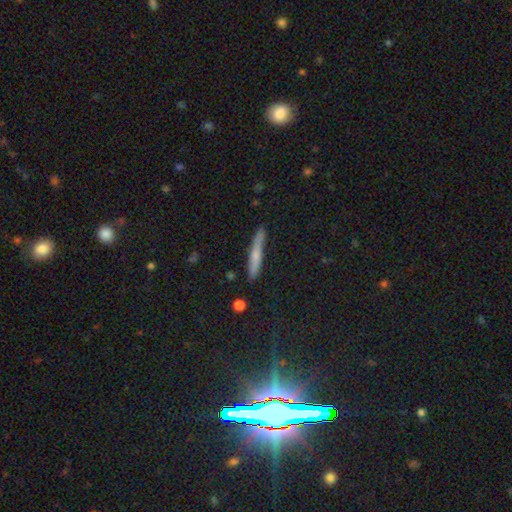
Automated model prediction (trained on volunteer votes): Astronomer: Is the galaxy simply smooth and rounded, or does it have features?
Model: smooth — 58% (runner-up: featured or disk, 34%).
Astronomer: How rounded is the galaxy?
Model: cigar-shaped — 93%.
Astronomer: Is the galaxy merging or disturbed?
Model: none — 83%.